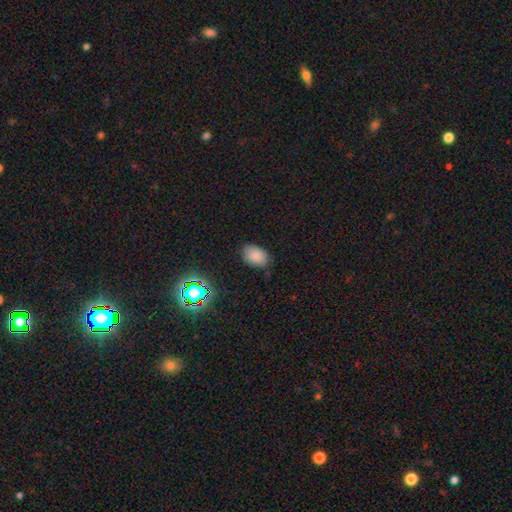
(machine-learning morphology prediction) smooth-or-featured: smooth: 83% | star or artifact: 12% | featured or disk: 5%
  how-rounded: in between: 86% | round: 13% | cigar-shaped: 1%
  merging: none: 77% | minor disturbance: 18% | major disturbance: 4% | merger: 1%